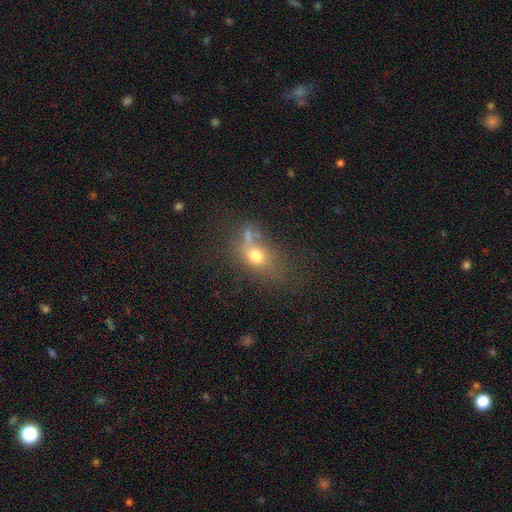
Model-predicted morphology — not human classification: type=smooth (63%); roundness=in between (67%); merging=none (34%).